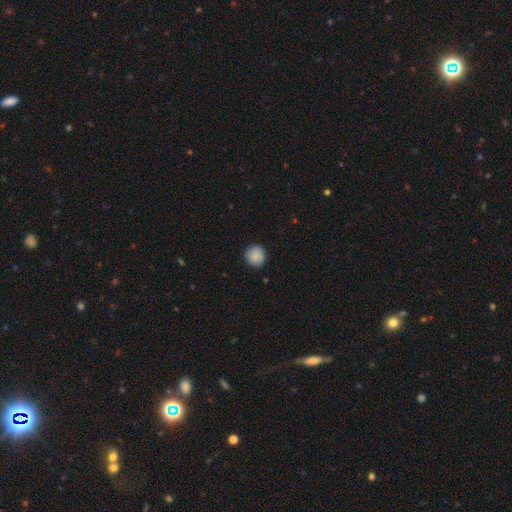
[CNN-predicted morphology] This is clearly a smooth galaxy (89%). How rounded: clearly round (91%). Merging: clearly none (87%).